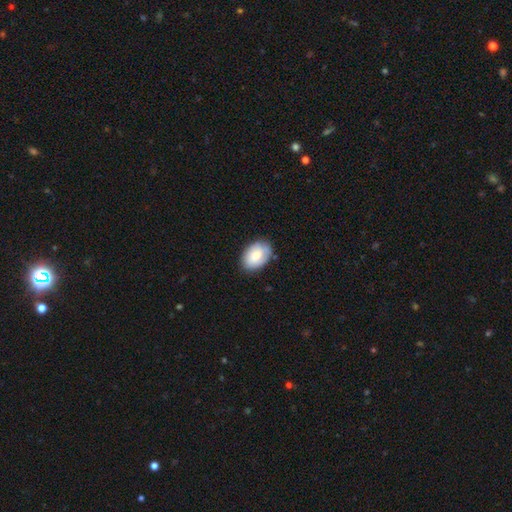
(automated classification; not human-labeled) Smooth or featured? smooth (74%)
How rounded? in between (85%)
Merging? none (75%)